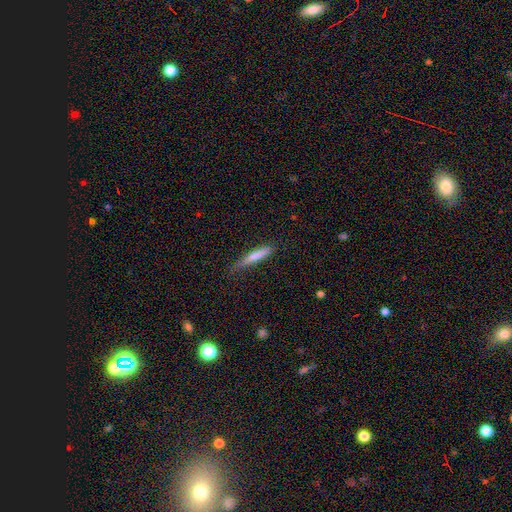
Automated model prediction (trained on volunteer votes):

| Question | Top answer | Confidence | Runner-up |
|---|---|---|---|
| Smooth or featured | smooth | 70% | featured or disk (24%) |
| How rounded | cigar-shaped | 90% | in between (8%) |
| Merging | none | 67% | minor disturbance (26%) |